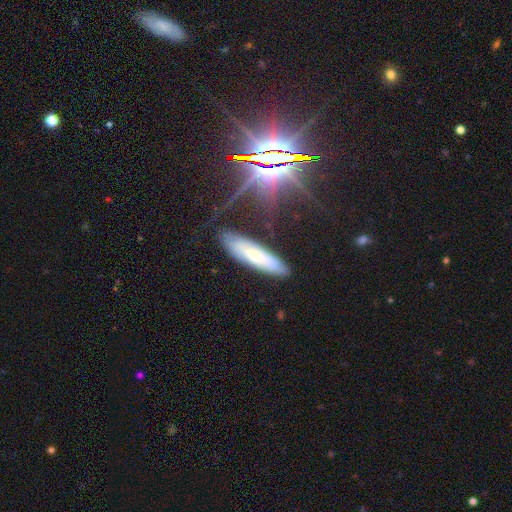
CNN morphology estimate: A smooth galaxy with no disk features (49%). Merging: none (80%).